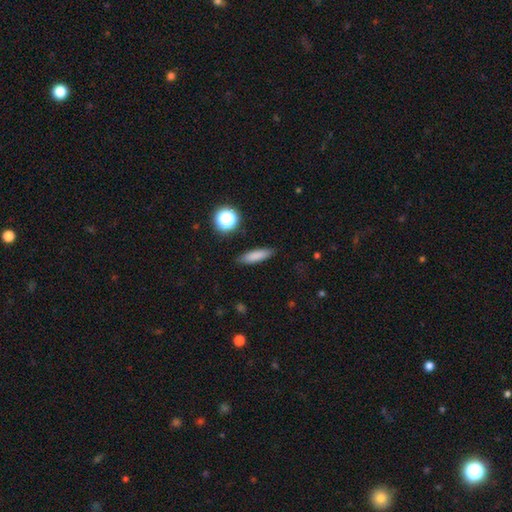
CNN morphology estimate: smooth_or_featured: smooth (p=0.81) [alt: star or artifact p=0.10]
how_rounded: cigar-shaped (p=0.68) [alt: in between p=0.28]
merging: none (p=0.87) [alt: minor disturbance p=0.09]